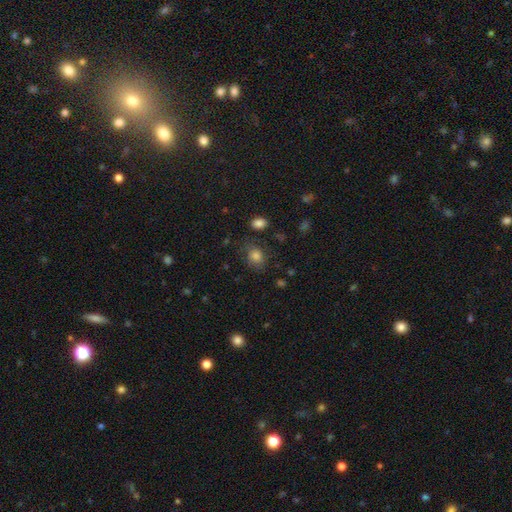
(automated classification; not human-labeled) smooth 81%, star or artifact 12%, featured or disk 8%. Down the decision tree: how rounded — round (54%); merging — none (71%).